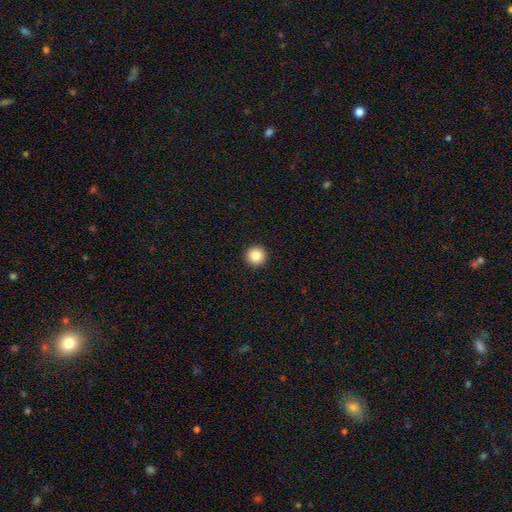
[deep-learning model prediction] Smooth or featured?
  - smooth: 84% *
  - star or artifact: 10%
  - featured or disk: 6%
How rounded?
  - round: 96% *
  - in between: 3%
  - cigar-shaped: 1%
Merging?
  - none: 94% *
  - minor disturbance: 4%
  - major disturbance: 1%
  - merger: 1%